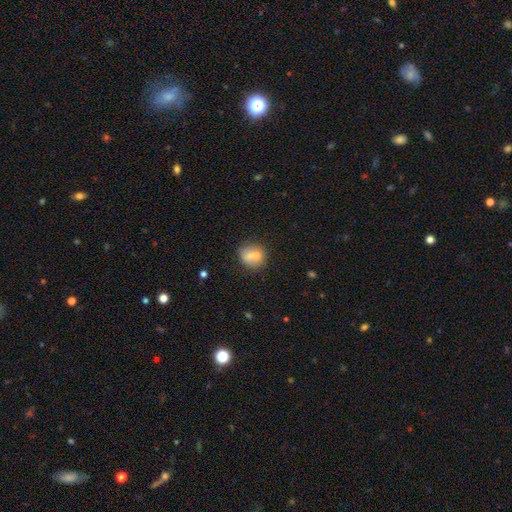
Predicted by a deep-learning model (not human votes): Smooth or featured? smooth (71%)
How rounded? round (78%)
Merging? none (52%)